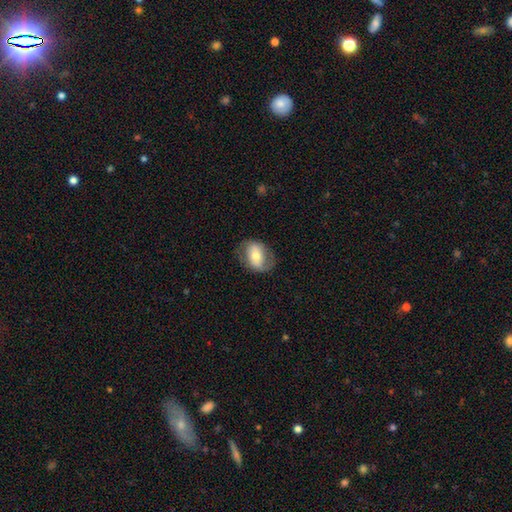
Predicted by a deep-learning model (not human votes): Smooth or featured: featured or disk — 46% (tied with smooth — 46%)
Merging: none — 71% (minor disturbance — 18%)